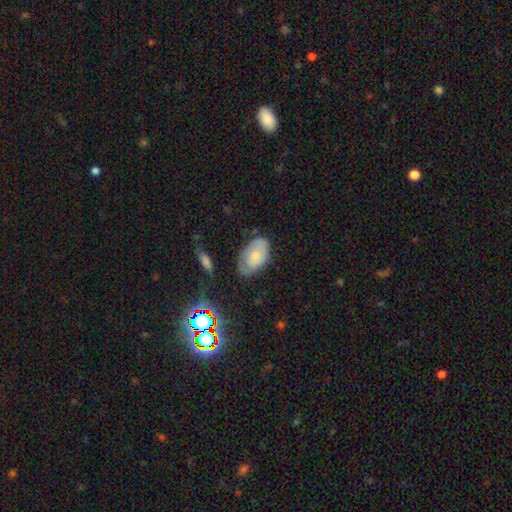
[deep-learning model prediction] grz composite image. It shows a smooth galaxy with no disk features (61%) that is in between round and cigar-shaped (92%). Merging: none (60%).